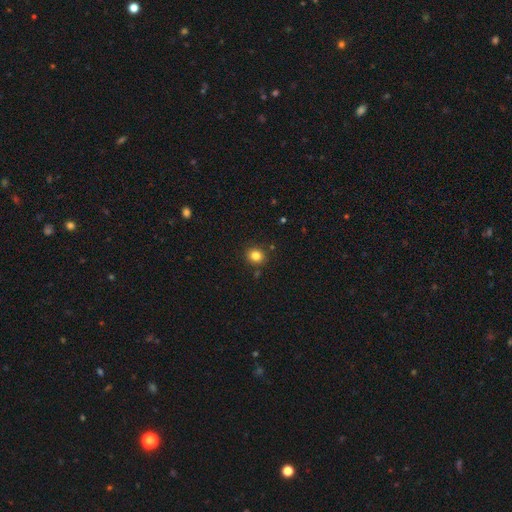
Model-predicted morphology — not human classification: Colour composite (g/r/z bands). It shows a smooth galaxy with no disk features (82%) that is round (82%). Merging: none (88%).